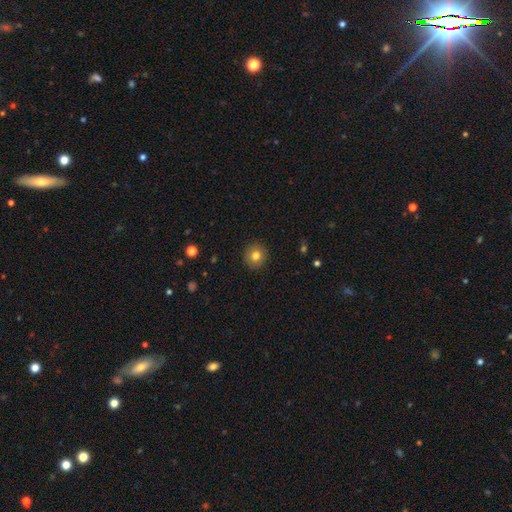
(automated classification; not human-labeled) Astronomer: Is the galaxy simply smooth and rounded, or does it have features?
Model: smooth — 79%.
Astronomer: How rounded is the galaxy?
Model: round — 92%.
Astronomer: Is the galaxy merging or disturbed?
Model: none — 92%.